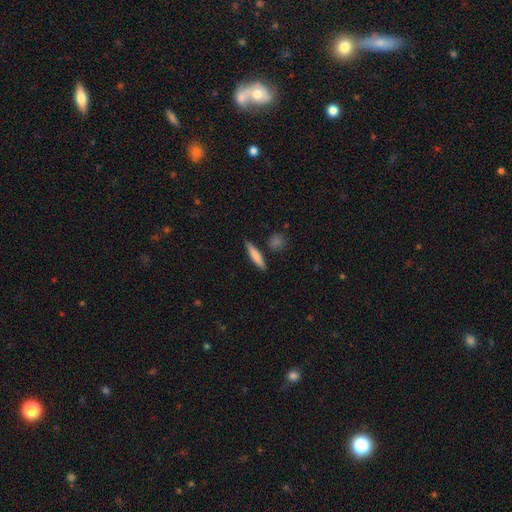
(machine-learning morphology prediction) Q: Smooth or featured?
A: smooth (75%); runner-up: featured or disk (19%)
Q: How rounded?
A: cigar-shaped (86%); runner-up: in between (12%)
Q: Merging?
A: none (85%); runner-up: minor disturbance (10%)